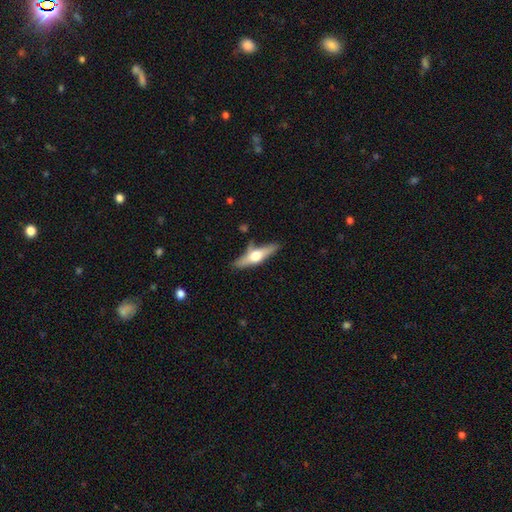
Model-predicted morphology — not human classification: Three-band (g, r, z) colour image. It shows a featured or disk galaxy (59%) viewed edge-on (93%) with a rounded central bulge (95%). Merging: none (74%).